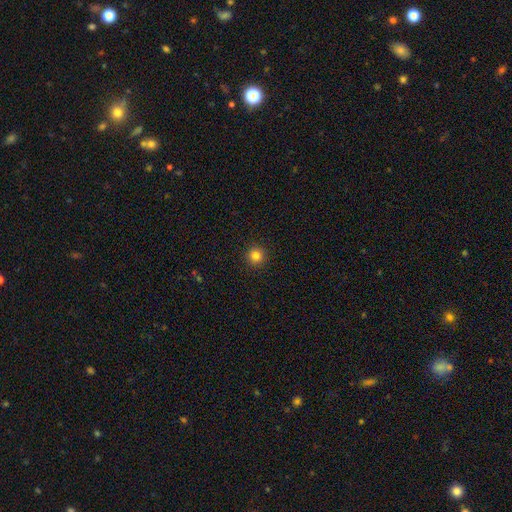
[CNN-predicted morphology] Smooth or featured? smooth (82%)
How rounded? round (95%)
Merging? none (93%)